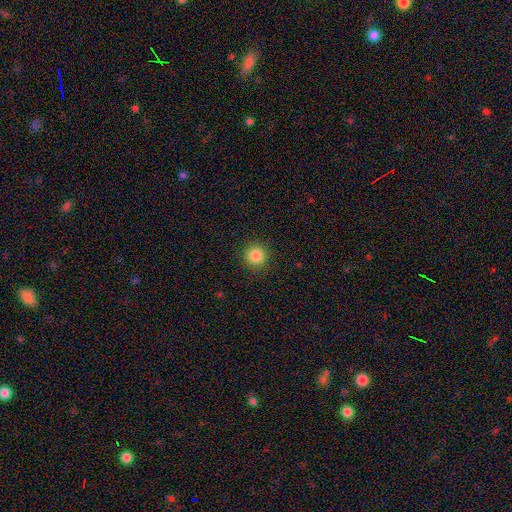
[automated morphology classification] smooth 86%, star or artifact 11%, featured or disk 4%. Down the decision tree: how rounded — round (95%); merging — none (92%).